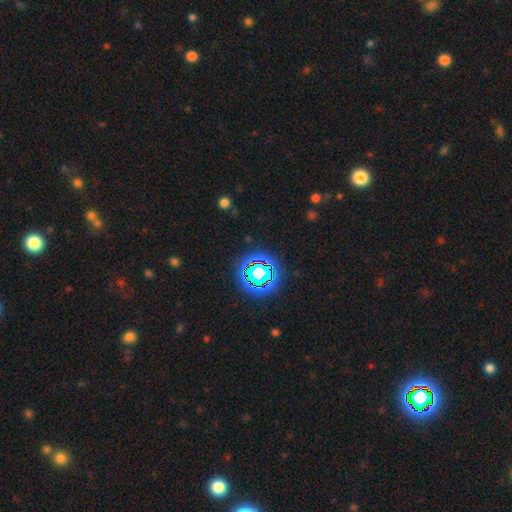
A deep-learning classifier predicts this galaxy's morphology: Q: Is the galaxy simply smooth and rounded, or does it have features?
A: star or artifact — 78%.